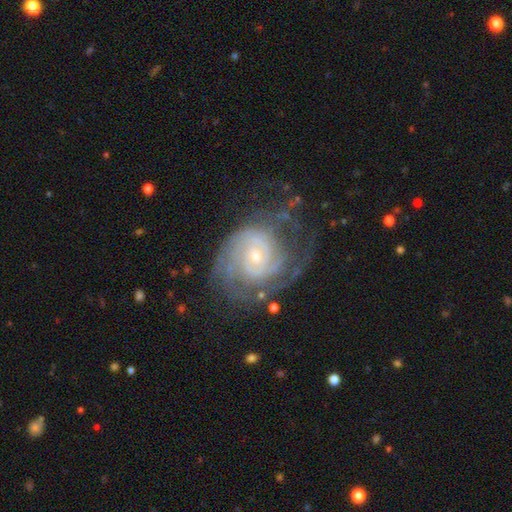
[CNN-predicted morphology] A featured or disk galaxy (87%) with no bar (64%), tight (71%) spiral arms (96%) and a small central bulge (66%). Merging: none (60%).